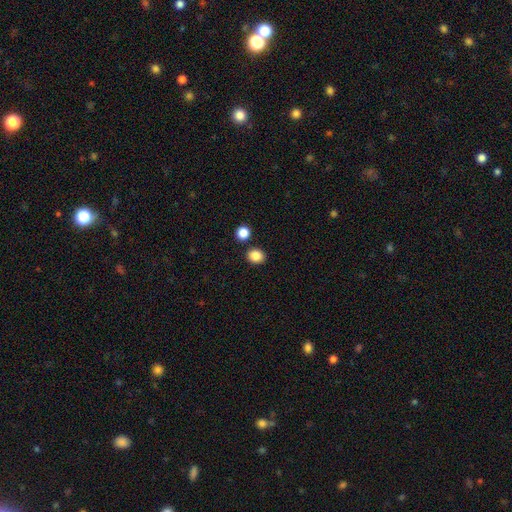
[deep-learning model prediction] This is clearly a smooth galaxy (86%). How rounded: possibly round (59%). Merging: clearly none (85%).